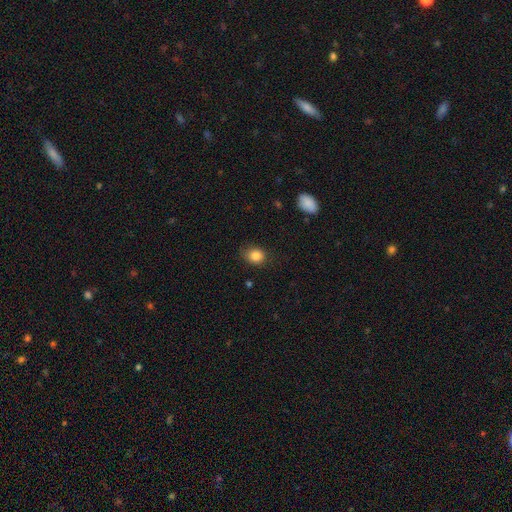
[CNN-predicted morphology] smooth_or_featured: smooth (p=0.86) [alt: star or artifact p=0.10]
how_rounded: round (p=0.59) [alt: in between p=0.40]
merging: none (p=0.78) [alt: minor disturbance p=0.17]